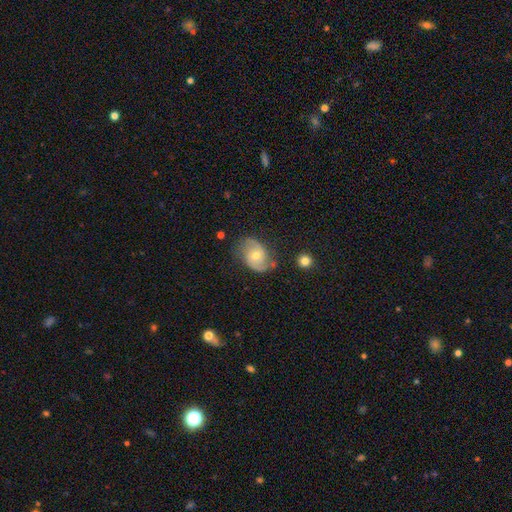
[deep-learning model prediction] Smooth or featured: featured or disk — 72% (smooth — 21%)
Edge-on disk: no — 97% (yes — 3%)
Bar: no — 65% (weak — 30%)
Spiral arms: yes — 90% (no — 10%)
Spiral winding: medium — 47% (loose — 31%)
Spiral arm count: 2 — 88% (can't tell — 6%)
Bulge size: moderate — 57% (small — 38%)
Merging: none — 68% (minor disturbance — 22%)